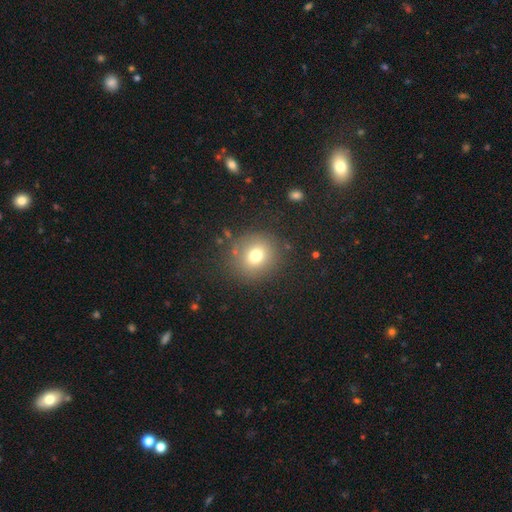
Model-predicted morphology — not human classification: smooth_or_featured: smooth (p=0.73) [alt: star or artifact p=0.15]
how_rounded: round (p=0.86) [alt: in between p=0.13]
merging: none (p=0.84) [alt: minor disturbance p=0.09]